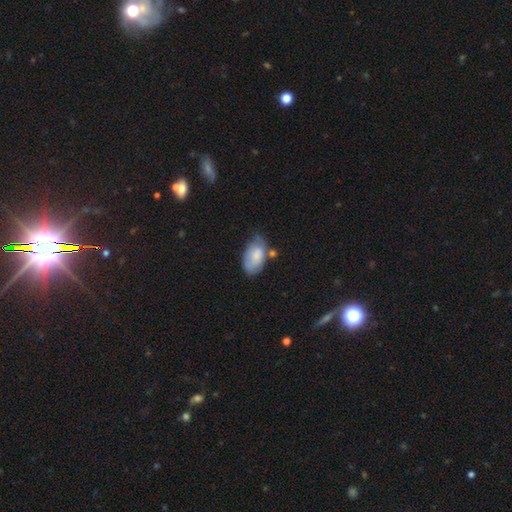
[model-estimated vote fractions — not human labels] Smooth or featured?
  - smooth: 75% *
  - featured or disk: 18%
  - star or artifact: 6%
How rounded?
  - in between: 93% *
  - round: 5%
  - cigar-shaped: 2%
Merging?
  - none: 45% *
  - minor disturbance: 33%
  - merger: 12%
  - major disturbance: 9%